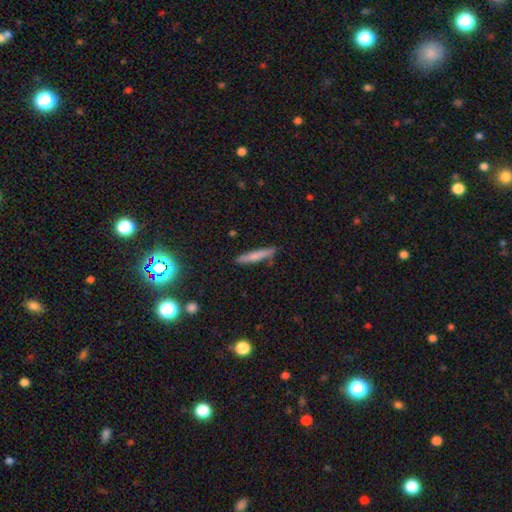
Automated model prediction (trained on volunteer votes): This is likely a smooth galaxy (66%). How rounded: clearly cigar-shaped (92%). Merging: clearly none (84%).